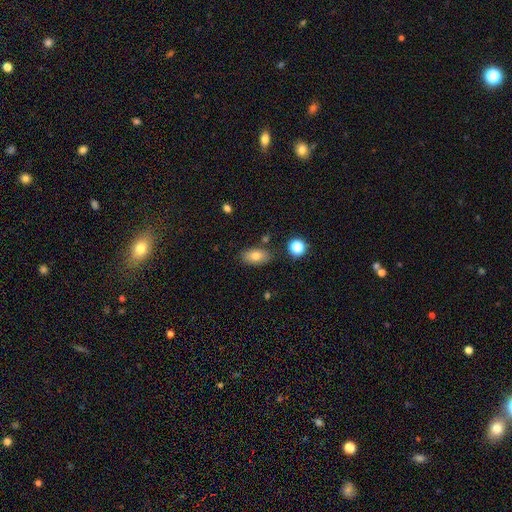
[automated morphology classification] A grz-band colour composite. It shows a smooth galaxy with no disk features (76%) that is in between round and cigar-shaped (88%). Merging: none (80%).